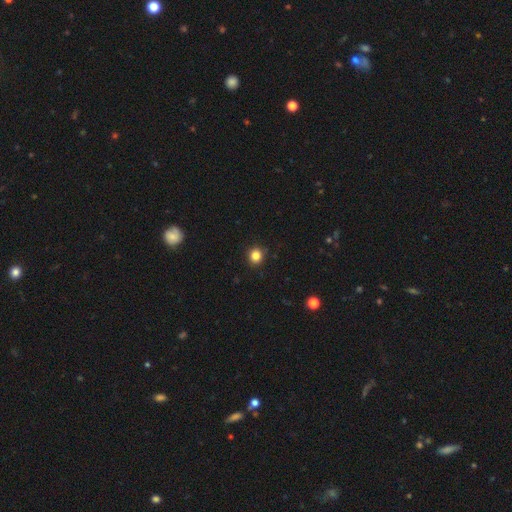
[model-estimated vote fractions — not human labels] The model was most divided on "smooth or featured": smooth: 83%, star or artifact: 12%, featured or disk: 4%. More confident: merging — none (91%); how rounded — round (89%).